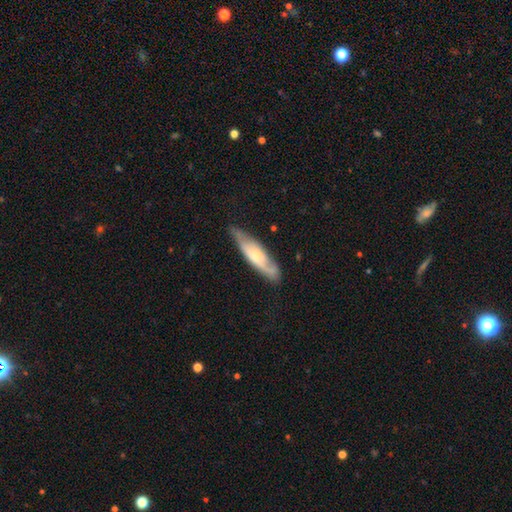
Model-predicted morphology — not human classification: smooth-or-featured: featured or disk: 58% | smooth: 36% | star or artifact: 6%
  disk-edge-on: no: 59% | yes: 41%
  merging: none: 70% | minor disturbance: 23% | major disturbance: 5% | merger: 2%